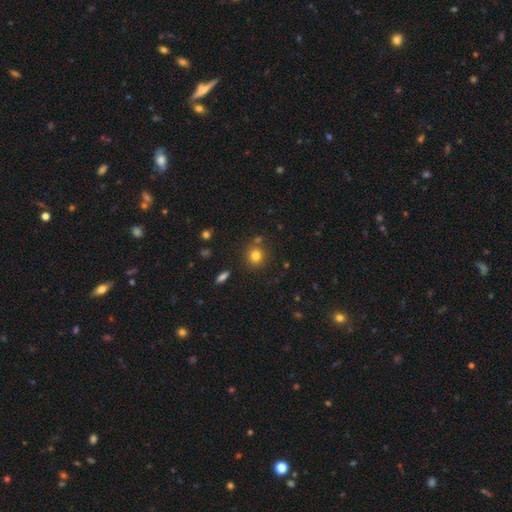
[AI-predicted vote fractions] This appears to be a smooth galaxy with no disk features (79%) that is round (87%). Merging: none (78%).